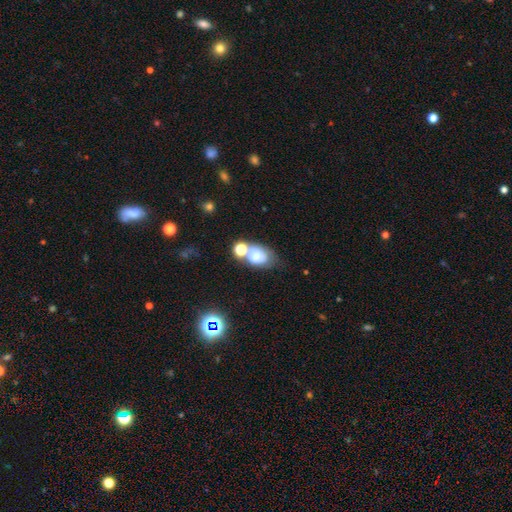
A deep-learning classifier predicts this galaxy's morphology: type=smooth (68%); roundness=in between (77%); merging=none (37%, tied with merger).